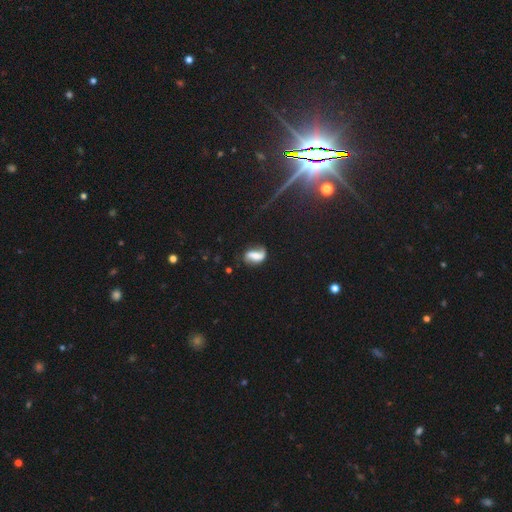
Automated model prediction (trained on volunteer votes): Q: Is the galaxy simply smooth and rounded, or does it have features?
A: featured or disk — 54%.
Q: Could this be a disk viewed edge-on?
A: no — 95%.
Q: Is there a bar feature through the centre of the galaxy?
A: strong — 36%.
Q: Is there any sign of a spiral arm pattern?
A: yes — 83%.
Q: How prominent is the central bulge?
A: none — 30%.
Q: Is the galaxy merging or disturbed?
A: none — 58%.